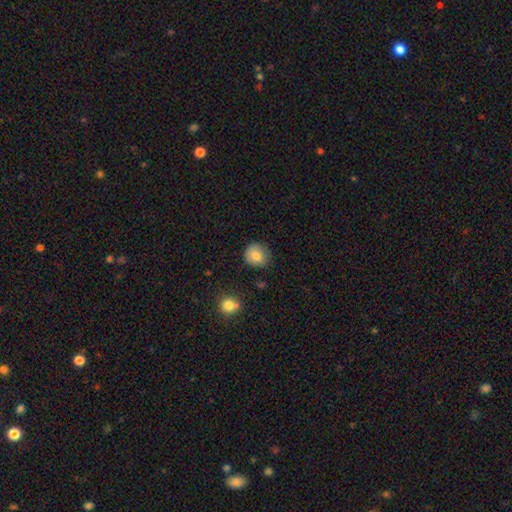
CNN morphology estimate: This appears to be a smooth galaxy with no disk features (82%) that is round (85%). Merging: none (81%).